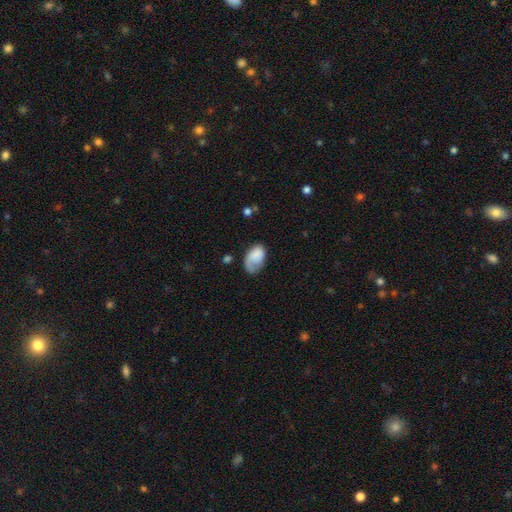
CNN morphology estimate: Smooth or featured? smooth (67%)
How rounded? in between (90%)
Merging? none (40%)